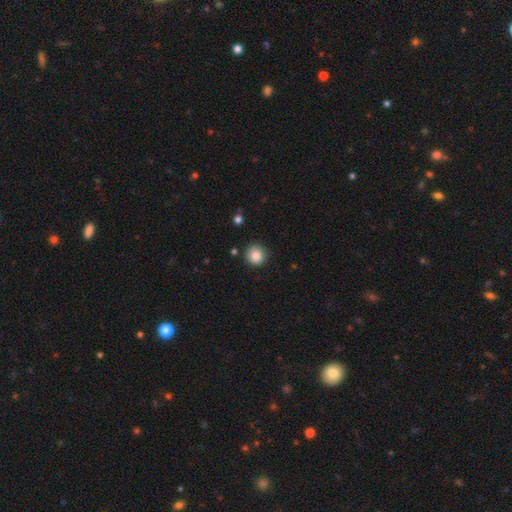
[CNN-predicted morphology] Overall: smooth (85%). How rounded: round (93%). Merging: none (85%).